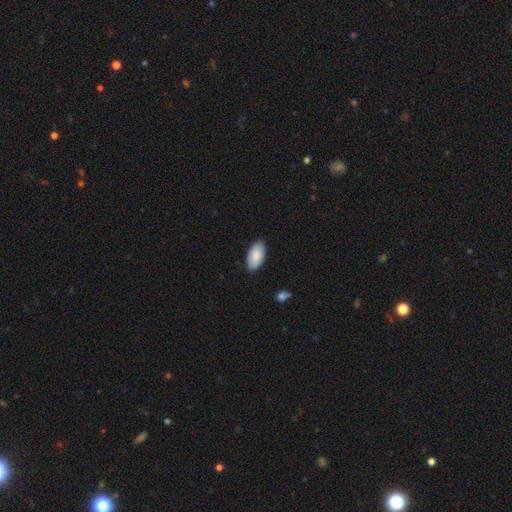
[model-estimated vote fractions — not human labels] smooth 89%, featured or disk 6%, star or artifact 5%. Down the decision tree: how rounded — in between (96%); merging — none (87%).